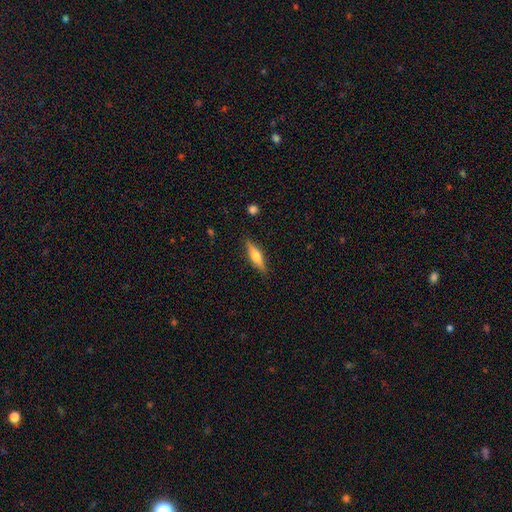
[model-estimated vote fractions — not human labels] smooth_or_featured: smooth (p=0.50) [alt: featured or disk p=0.44]
merging: none (p=0.87) [alt: minor disturbance p=0.10]